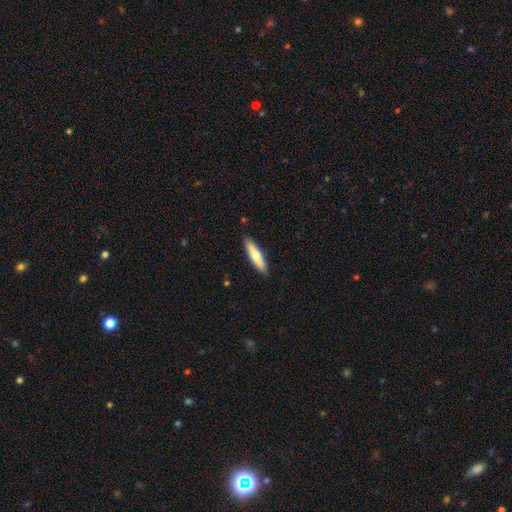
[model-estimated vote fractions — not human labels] This is likely a smooth galaxy (66%). How rounded: likely cigar-shaped (77%). Merging: clearly none (89%).